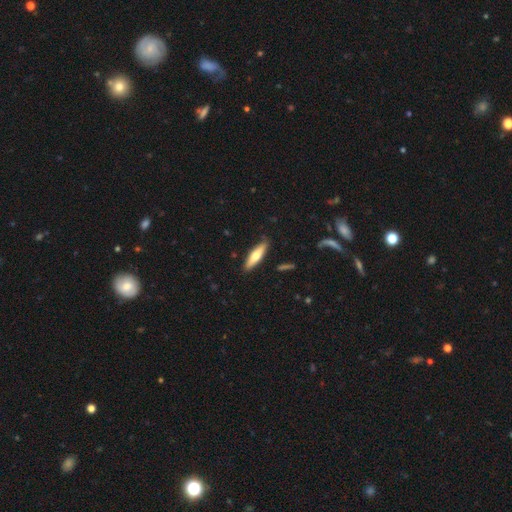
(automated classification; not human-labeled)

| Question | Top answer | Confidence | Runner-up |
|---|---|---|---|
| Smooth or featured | smooth | 64% | featured or disk (31%) |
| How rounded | cigar-shaped | 66% | in between (32%) |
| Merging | none | 87% | minor disturbance (10%) |